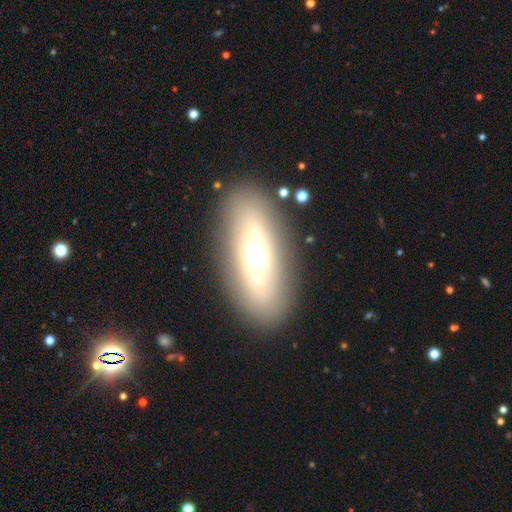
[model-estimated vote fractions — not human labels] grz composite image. It shows a smooth galaxy with no disk features (46%). Merging: none (83%).